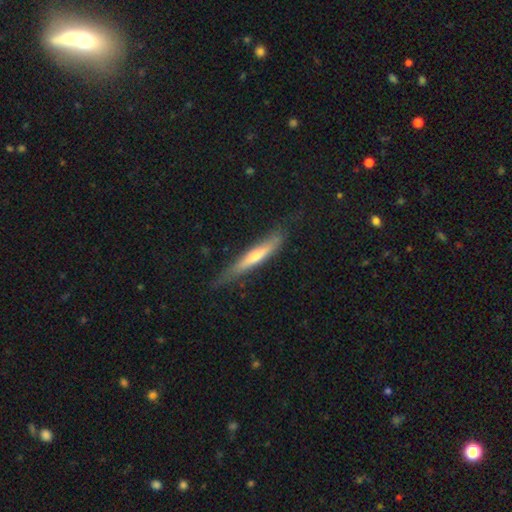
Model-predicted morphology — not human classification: Smooth or featured?
  - featured or disk: 48% *
  - smooth: 47%
  - star or artifact: 6%
Merging?
  - none: 72% *
  - minor disturbance: 20%
  - major disturbance: 6%
  - merger: 2%